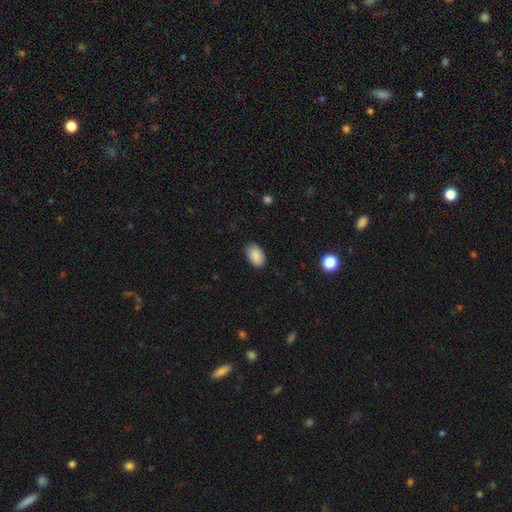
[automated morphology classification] A smooth galaxy with no disk features (89%) that is in between round and cigar-shaped (93%).

Vote fractions:
- Smooth or featured? smooth: 89% / star or artifact: 7% / featured or disk: 4%
- How rounded? in between: 93% / round: 6% / cigar-shaped: 1%
- Merging? none: 85% / minor disturbance: 12% / major disturbance: 2% / merger: 1%